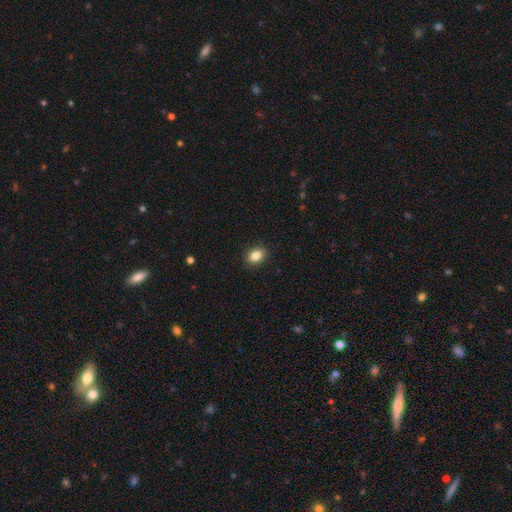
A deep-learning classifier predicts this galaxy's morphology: This is clearly a smooth galaxy (85%). How rounded: likely in between (68%). Merging: clearly none (90%).